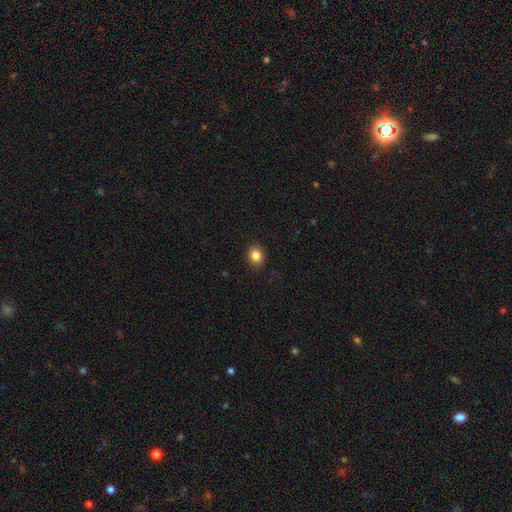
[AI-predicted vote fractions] The model was most divided on "how rounded": round: 74%, in between: 26%, cigar-shaped: 1%. More confident: merging — none (90%); smooth or featured — smooth (85%).